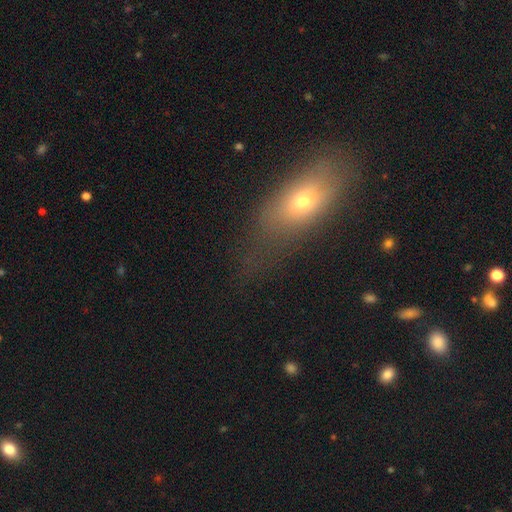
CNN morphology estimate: This is possibly a smooth galaxy (60%). How rounded: likely in between (70%). Merging: likely none (66%).